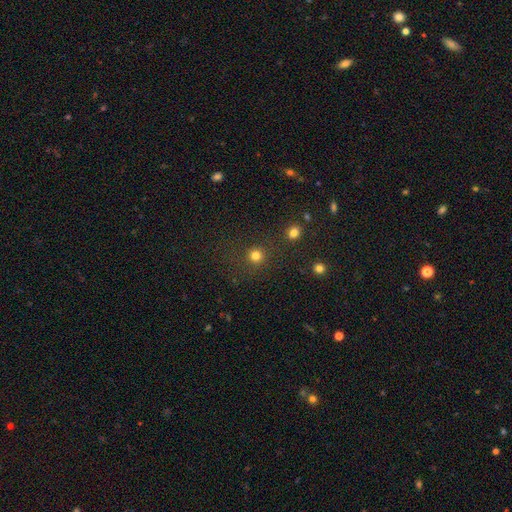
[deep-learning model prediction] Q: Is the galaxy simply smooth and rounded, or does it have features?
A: smooth — 79%.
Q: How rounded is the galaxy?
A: round — 93%.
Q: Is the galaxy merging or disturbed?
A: none — 83%.